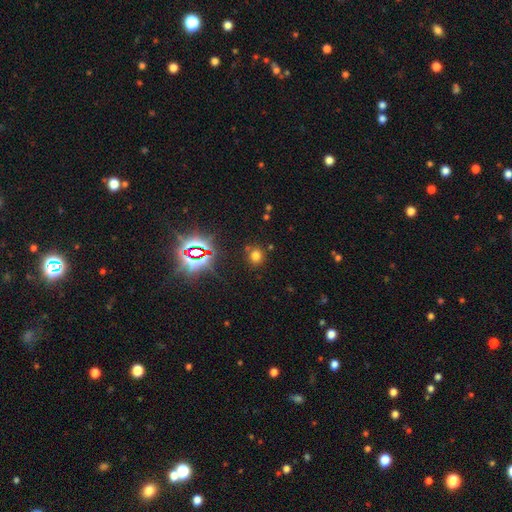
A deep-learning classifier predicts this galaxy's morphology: smooth-or-featured: smooth: 64% | star or artifact: 29% | featured or disk: 7%
  how-rounded: round: 79% | in between: 20% | cigar-shaped: 1%
  merging: none: 81% | minor disturbance: 10% | merger: 6% | major disturbance: 4%